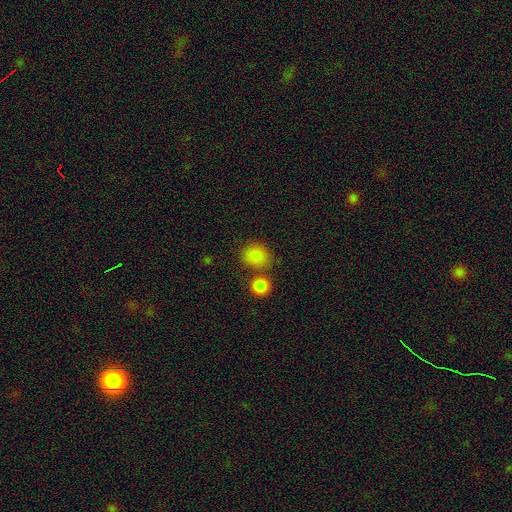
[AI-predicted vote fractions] Q: Smooth or featured?
A: smooth (85%); runner-up: star or artifact (10%)
Q: How rounded?
A: round (78%); runner-up: in between (21%)
Q: Merging?
A: none (67%); runner-up: merger (18%)